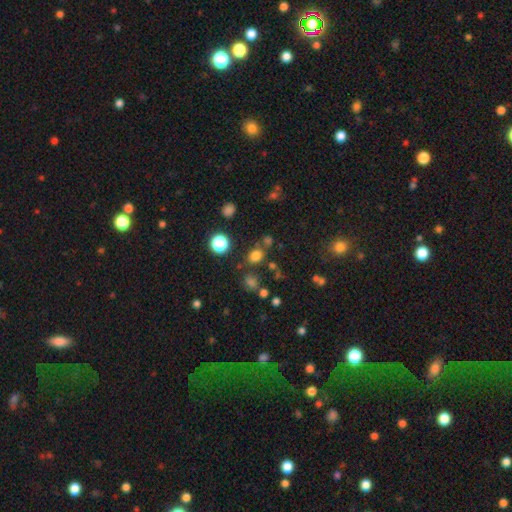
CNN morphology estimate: Smooth or featured? smooth (72%)
How rounded? round (67%)
Merging? none (73%)